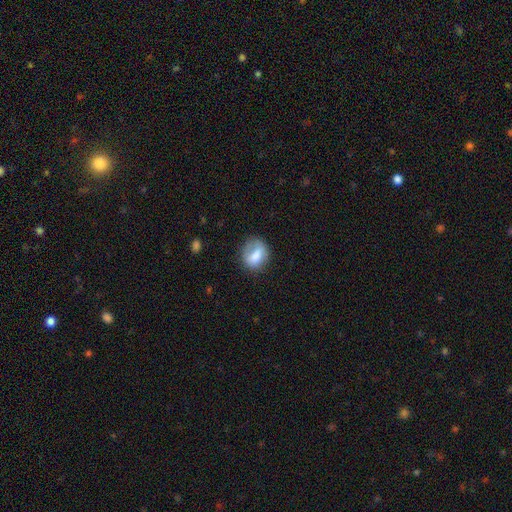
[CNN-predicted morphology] A smooth galaxy with no disk features (74%) that is round (56%).

Vote fractions:
- Smooth or featured? smooth: 74% / featured or disk: 19% / star or artifact: 8%
- How rounded? round: 56% / in between: 42% / cigar-shaped: 1%
- Merging? none: 60% / minor disturbance: 26% / major disturbance: 12% / merger: 2%